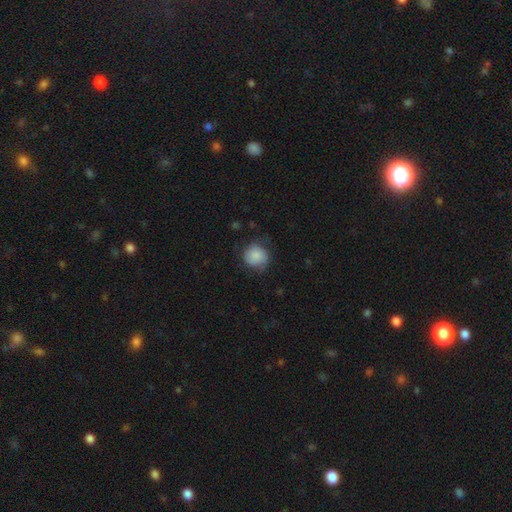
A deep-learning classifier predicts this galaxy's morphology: Overall: smooth (78%). How rounded: round (85%). Merging: none (63%; minor disturbance 26%).